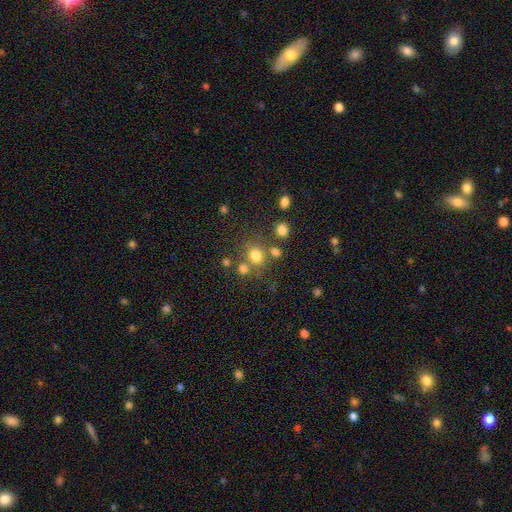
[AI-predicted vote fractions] Smooth or featured? smooth (74%)
How rounded? round (68%)
Merging? none (63%)